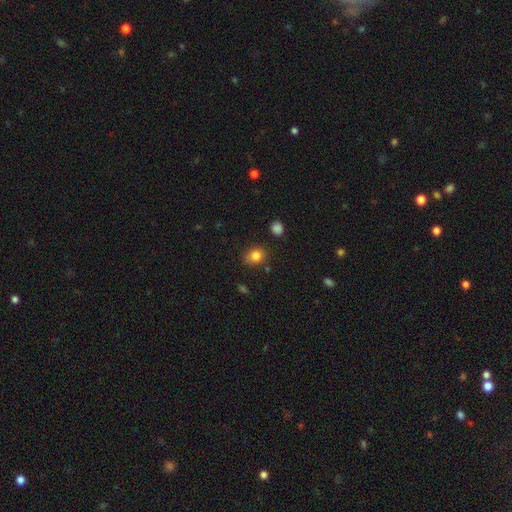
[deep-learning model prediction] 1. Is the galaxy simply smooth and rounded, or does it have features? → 83% smooth, 11% star or artifact, 6% featured or disk.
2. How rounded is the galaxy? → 61% round, 38% in between, 1% cigar-shaped.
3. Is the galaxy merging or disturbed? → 74% none, 18% minor disturbance, 4% major disturbance, 4% merger.